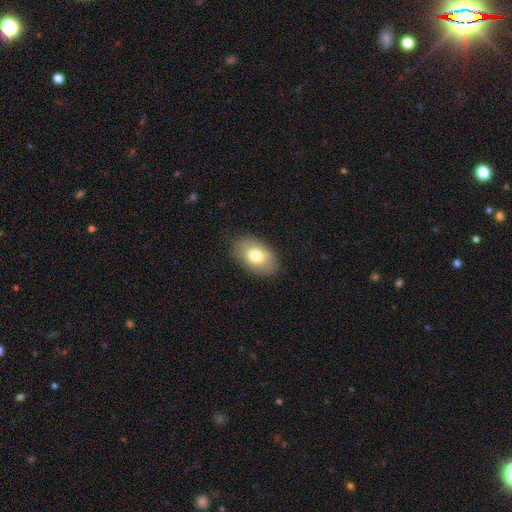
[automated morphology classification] The model was most divided on "smooth or featured": smooth: 75%, featured or disk: 17%, star or artifact: 8%. More confident: how rounded — in between (90%); merging — none (84%).